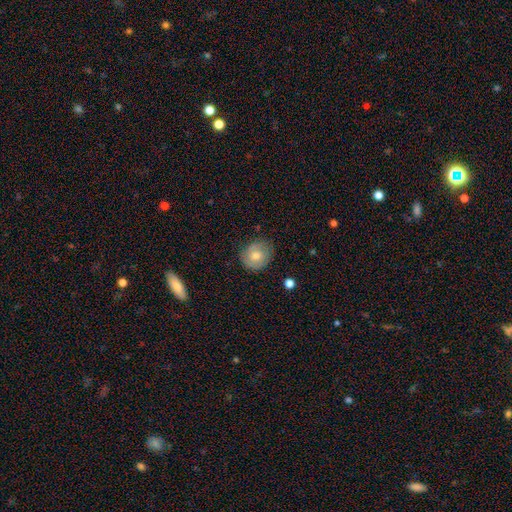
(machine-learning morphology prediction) The model was most divided on "smooth or featured": smooth: 57%, featured or disk: 35%, star or artifact: 8%. More confident: merging — none (78%); how rounded — round (74%).